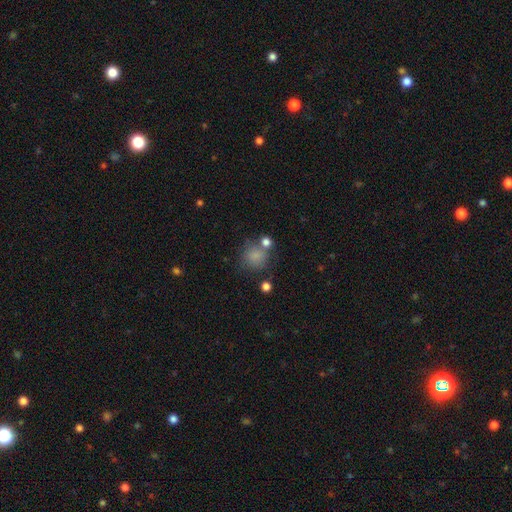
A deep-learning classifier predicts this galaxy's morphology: Smooth or featured? Predicted: smooth (p=0.80). How rounded? Predicted: round (p=0.82). Merging? Predicted: none (p=0.62).